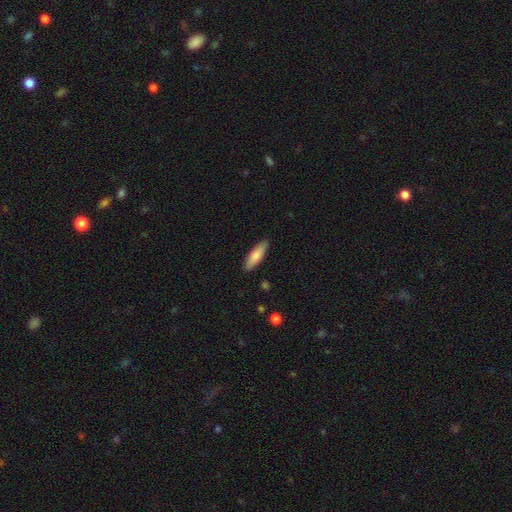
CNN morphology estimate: Smooth or featured: smooth — 80% (featured or disk — 15%)
How rounded: cigar-shaped — 55% (in between — 43%)
Merging: none — 88% (minor disturbance — 9%)